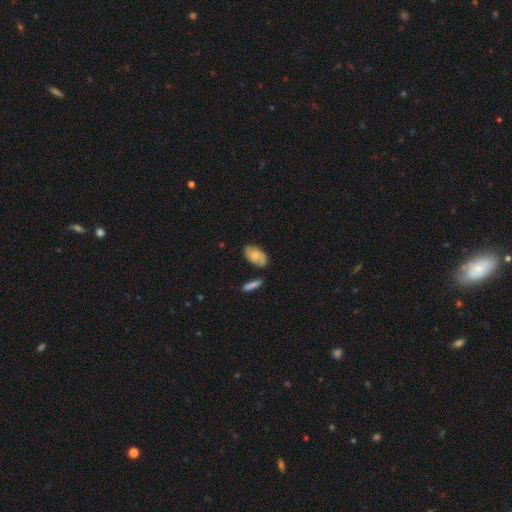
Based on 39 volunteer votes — Volunteers were most divided on "smooth or featured": featured or disk: 49%, smooth: 46%, star or artifact: 5%. More confident: spiral arm count — 2 (100%); edge-on disk — no (95%); spiral arms — yes (89%); merging — none (76%); bar — no (61%); spiral winding — tight (56%); bulge size — moderate (56%).